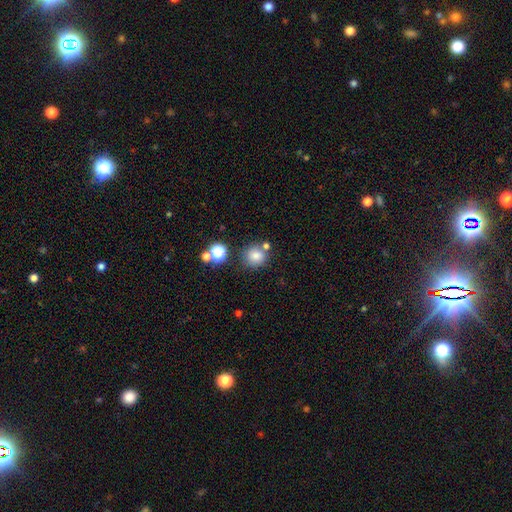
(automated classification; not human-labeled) smooth-or-featured: smooth: 77% | star or artifact: 15% | featured or disk: 9%
  how-rounded: round: 88% | in between: 11% | cigar-shaped: 1%
  merging: none: 71% | merger: 14% | minor disturbance: 11% | major disturbance: 4%